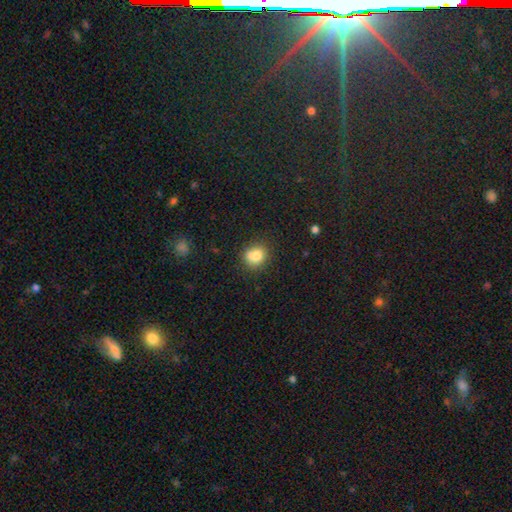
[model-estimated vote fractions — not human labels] This appears to be a smooth galaxy with no disk features (81%) that is round (72%). Merging: none (70%).